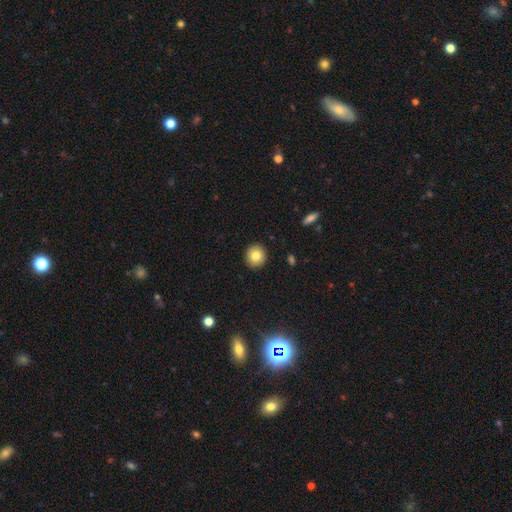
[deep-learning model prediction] Overall: smooth (81%). How rounded: round (92%). Merging: none (92%).